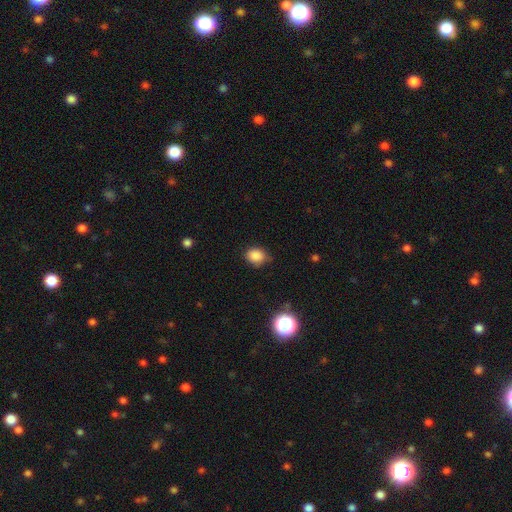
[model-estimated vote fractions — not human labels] This appears to be a smooth galaxy with no disk features (85%) that is round (61%). Merging: none (74%).